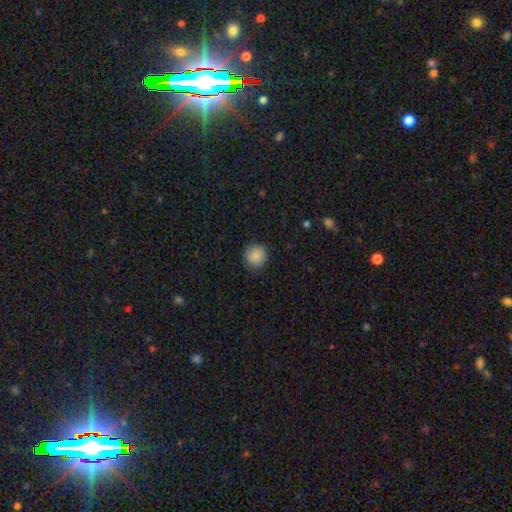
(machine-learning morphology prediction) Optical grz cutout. It shows a smooth galaxy with no disk features (88%) that is round (90%). Merging: none (87%).